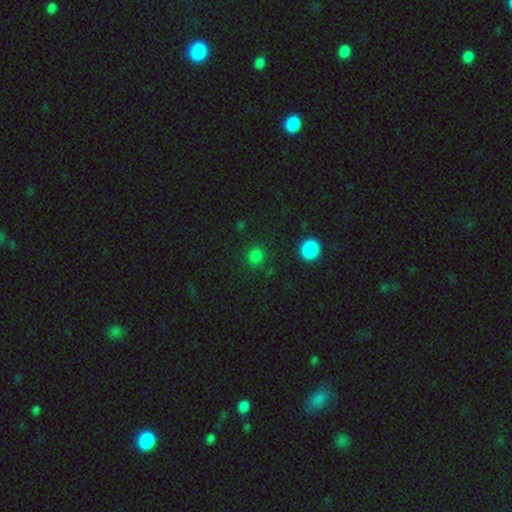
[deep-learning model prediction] smooth-or-featured: smooth: 80% | star or artifact: 16% | featured or disk: 3%
  how-rounded: round: 84% | in between: 15% | cigar-shaped: 1%
  merging: none: 87% | minor disturbance: 8% | major disturbance: 3% | merger: 2%